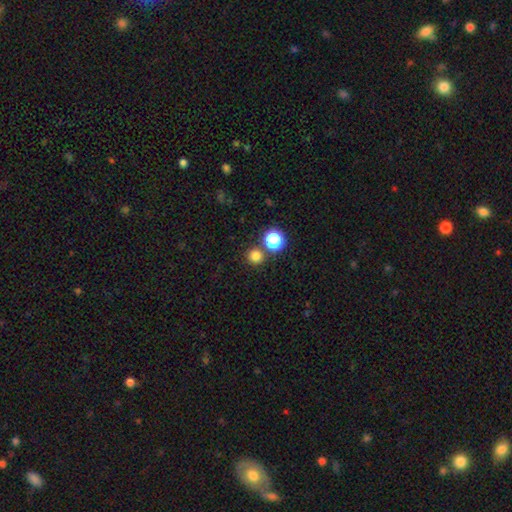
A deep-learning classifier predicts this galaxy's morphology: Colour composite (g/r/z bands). It shows a smooth galaxy with no disk features (77%) that is round (94%). Merging: none (81%).